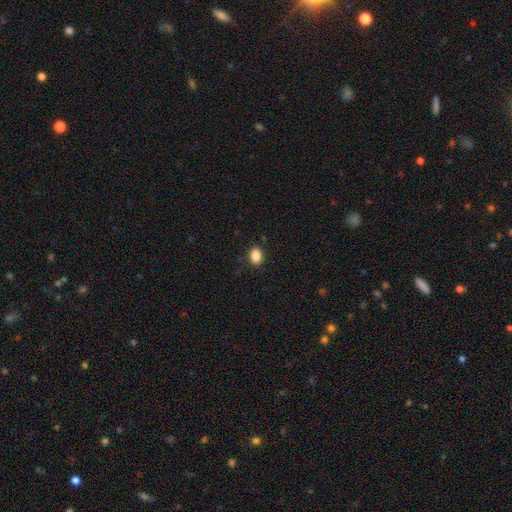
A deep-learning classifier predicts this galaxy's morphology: Smooth or featured? smooth (87%)
How rounded? in between (75%)
Merging? none (88%)